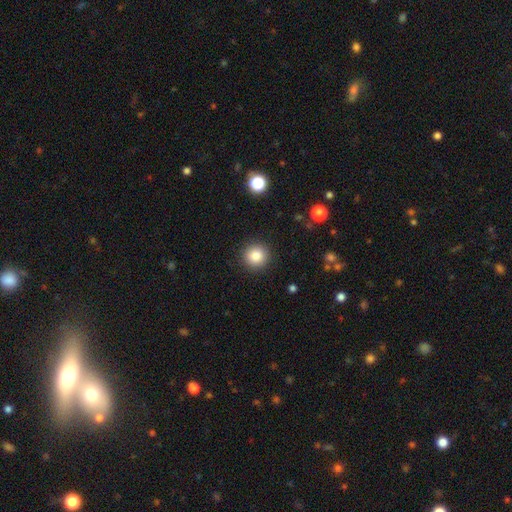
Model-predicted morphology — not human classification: Q: Smooth or featured?
A: smooth (86%); runner-up: star or artifact (10%)
Q: How rounded?
A: round (94%); runner-up: in between (5%)
Q: Merging?
A: none (91%); runner-up: minor disturbance (6%)